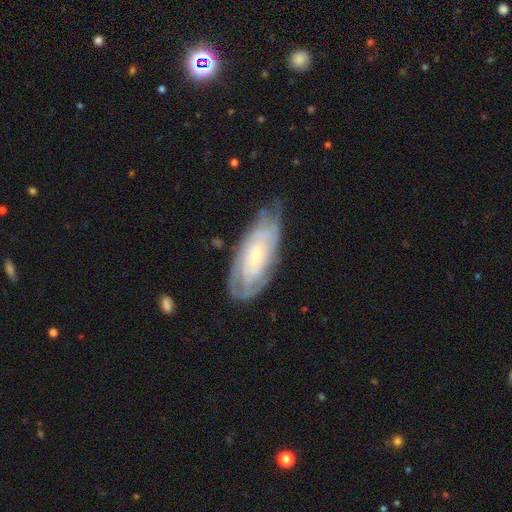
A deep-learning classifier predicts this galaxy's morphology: Smooth or featured?
  - featured or disk: 68% *
  - smooth: 26%
  - star or artifact: 6%
Edge-on disk?
  - no: 89% *
  - yes: 11%
Bar?
  - no: 75% *
  - weak: 20%
  - strong: 5%
Spiral arms?
  - yes: 81% *
  - no: 19%
Bulge size?
  - small: 73% *
  - moderate: 22%
  - large: 2%
  - none: 2%
  - dominant: 1%
Merging?
  - none: 61% *
  - minor disturbance: 28%
  - major disturbance: 10%
  - merger: 2%